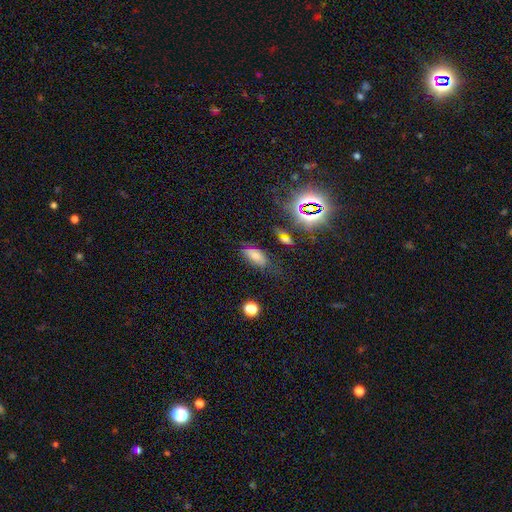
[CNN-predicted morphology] Overall: smooth (68%). How rounded: in between (87%). Merging: none (66%).